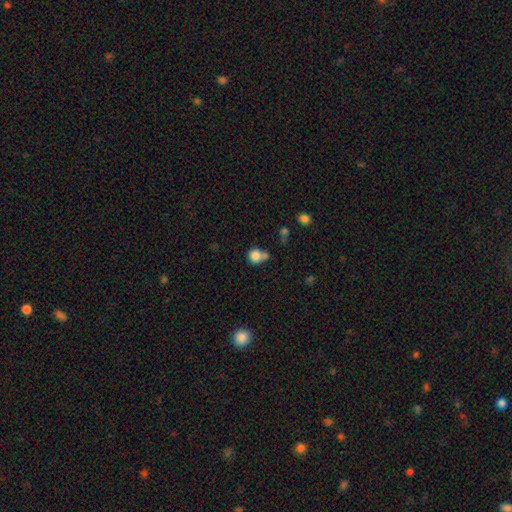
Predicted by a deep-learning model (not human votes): This is clearly a smooth galaxy (82%). How rounded: clearly round (84%). Merging: possibly none (47%).